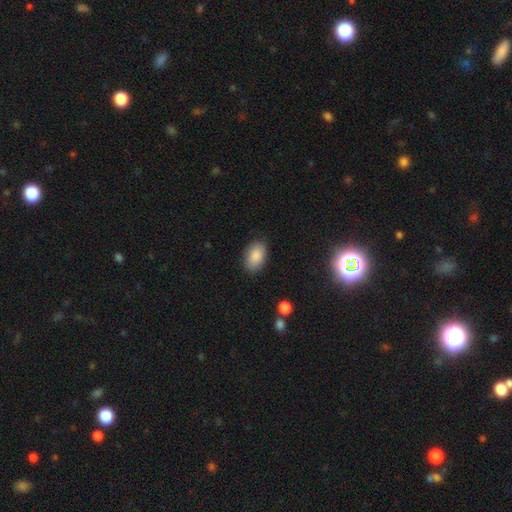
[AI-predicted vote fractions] Smooth or featured? Predicted: smooth (p=0.88). How rounded? Predicted: in between (p=0.91). Merging? Predicted: none (p=0.85).